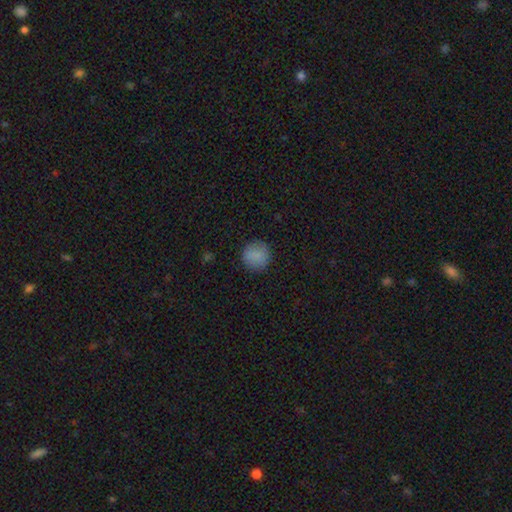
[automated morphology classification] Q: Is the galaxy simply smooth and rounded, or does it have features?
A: smooth — 85%.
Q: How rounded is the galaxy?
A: round — 93%.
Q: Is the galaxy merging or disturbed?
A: none — 87%.